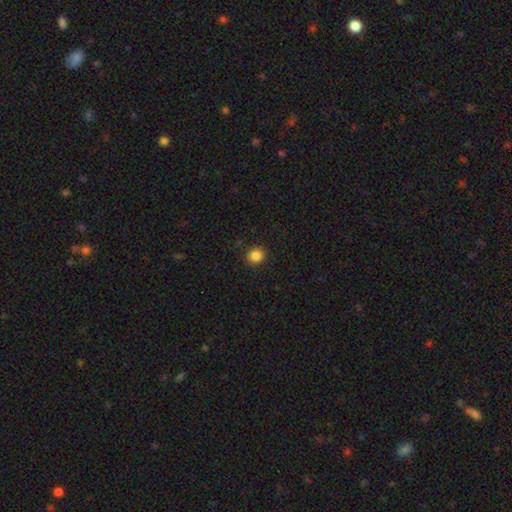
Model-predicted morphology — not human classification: Smooth or featured?
  - smooth: 86% *
  - star or artifact: 11%
  - featured or disk: 3%
How rounded?
  - round: 91% *
  - in between: 8%
  - cigar-shaped: 1%
Merging?
  - none: 92% *
  - minor disturbance: 5%
  - major disturbance: 2%
  - merger: 1%